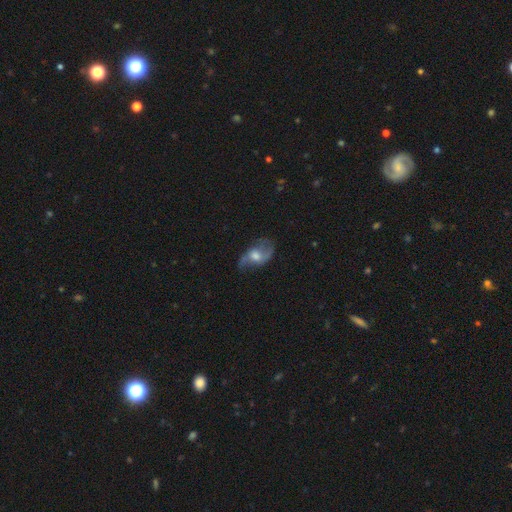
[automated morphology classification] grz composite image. It shows a featured or disk galaxy (63%) with no bar (57%), spiral arms (80%) and a moderate central bulge (56%). Merging: none (57%).